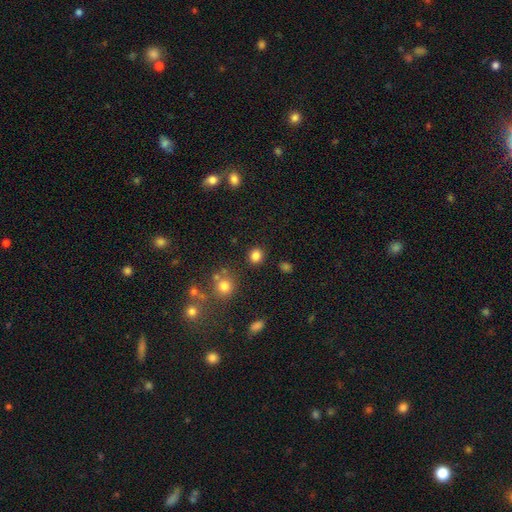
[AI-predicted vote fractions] Smooth or featured? smooth (83%)
How rounded? round (82%)
Merging? none (87%)